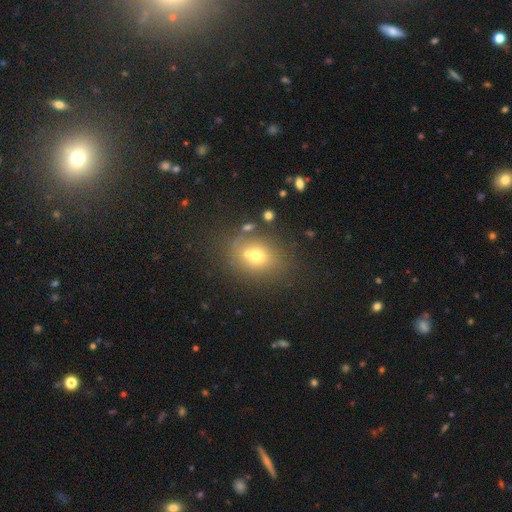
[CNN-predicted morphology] Overall: smooth (65%). How rounded: round (55%; in between 44%). Merging: none (56%; merger 25%).